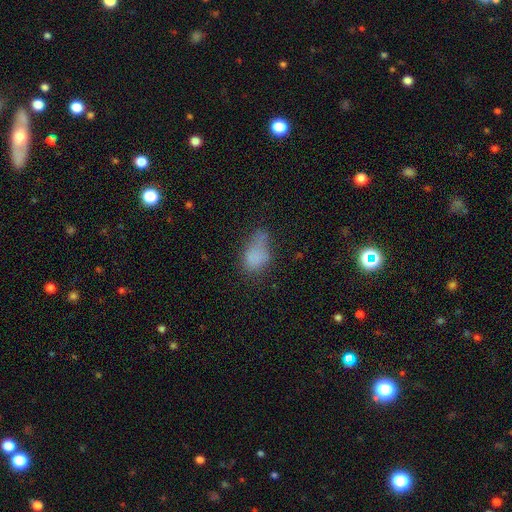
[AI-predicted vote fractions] The model was most divided on "merging": minor disturbance: 30%, major disturbance: 29%, none: 28%, merger: 12%. More confident: how rounded — in between (84%); smooth or featured — smooth (71%).